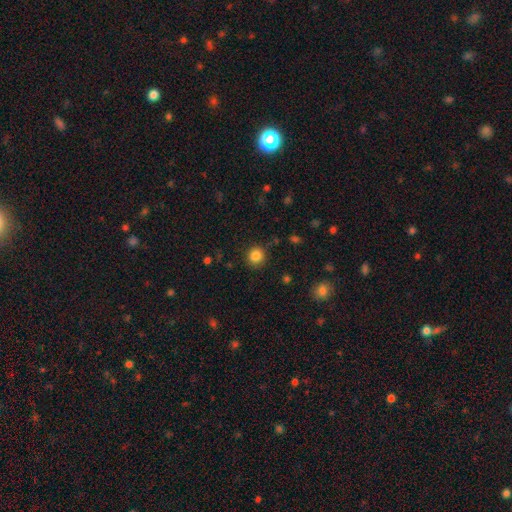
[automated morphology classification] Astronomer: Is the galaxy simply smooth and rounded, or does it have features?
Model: smooth — 84%.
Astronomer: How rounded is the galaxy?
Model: round — 90%.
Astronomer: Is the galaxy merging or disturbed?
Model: none — 88%.